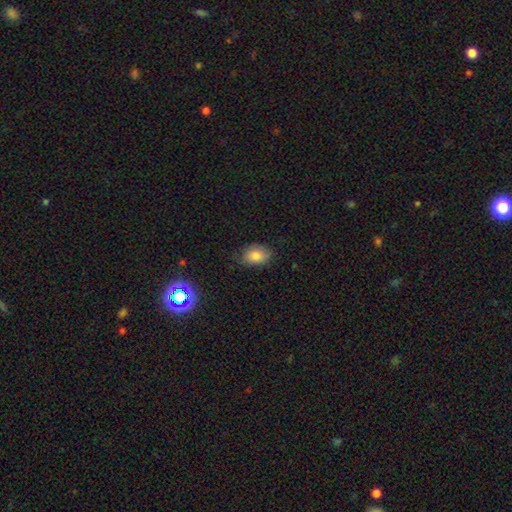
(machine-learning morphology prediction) This appears to be a smooth galaxy with no disk features (81%) that is in between round and cigar-shaped (78%). Merging: none (71%).